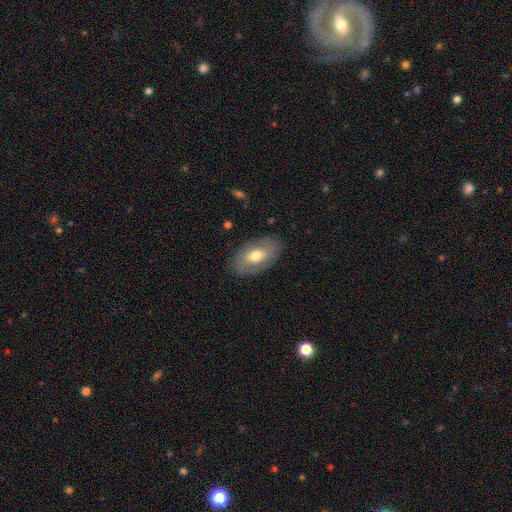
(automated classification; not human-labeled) Smooth or featured: smooth — 55% (featured or disk — 38%)
How rounded: in between — 92% (round — 6%)
Merging: none — 82% (minor disturbance — 13%)